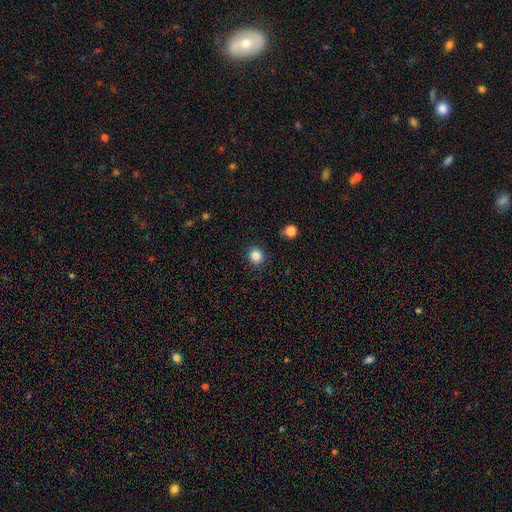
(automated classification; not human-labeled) A smooth galaxy with no disk features (85%) that is round (82%).

Vote fractions:
- Smooth or featured? smooth: 85% / star or artifact: 11% / featured or disk: 4%
- How rounded? round: 82% / in between: 17% / cigar-shaped: 1%
- Merging? none: 90% / minor disturbance: 7% / major disturbance: 2% / merger: 1%